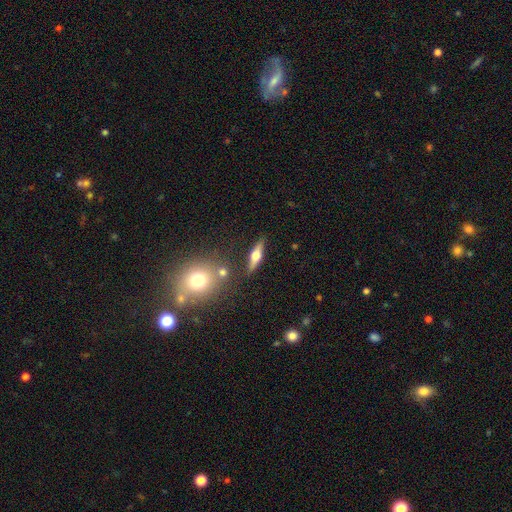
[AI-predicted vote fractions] The model was most divided on "smooth or featured": featured or disk: 60%, smooth: 33%, star or artifact: 7%. More confident: edge-on bulge — rounded (95%); edge-on disk — yes (93%); merging — none (83%).